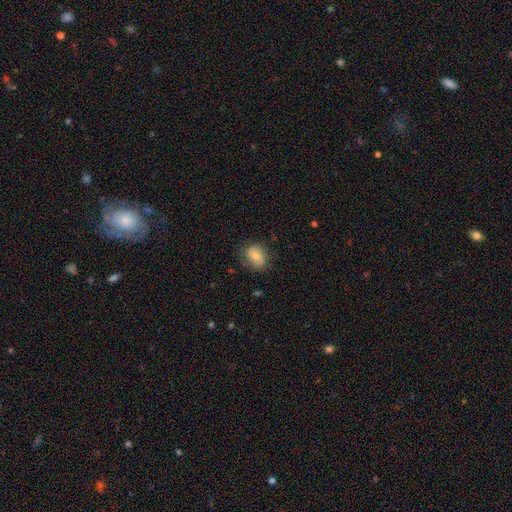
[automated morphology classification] Smooth or featured?
  - smooth: 64% *
  - featured or disk: 27%
  - star or artifact: 8%
How rounded?
  - round: 50% *
  - in between: 49%
  - cigar-shaped: 1%
Merging?
  - none: 70% *
  - minor disturbance: 21%
  - major disturbance: 7%
  - merger: 1%